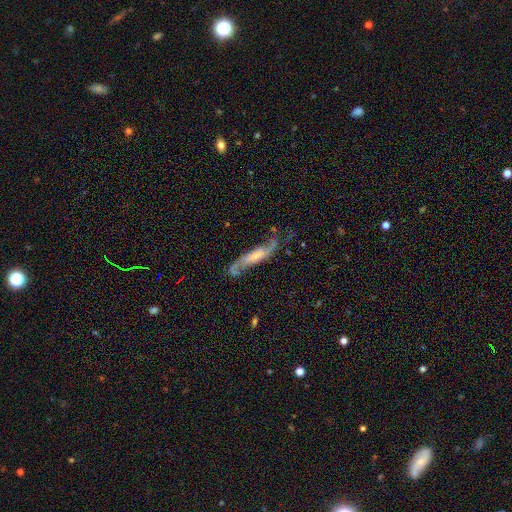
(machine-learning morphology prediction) Smooth or featured? featured or disk (79%)
Edge-on disk? no (79%)
Bar? no (46%)
Spiral arms? yes (94%)
Spiral winding? loose (62%)
Spiral arm count? 2 (89%)
Bulge size? small (49%)
Merging? none (59%)